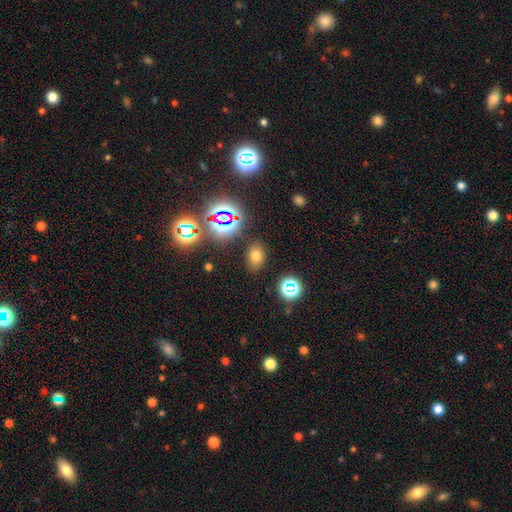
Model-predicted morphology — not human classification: This is likely a smooth galaxy (69%). How rounded: likely in between (78%). Merging: clearly none (84%).